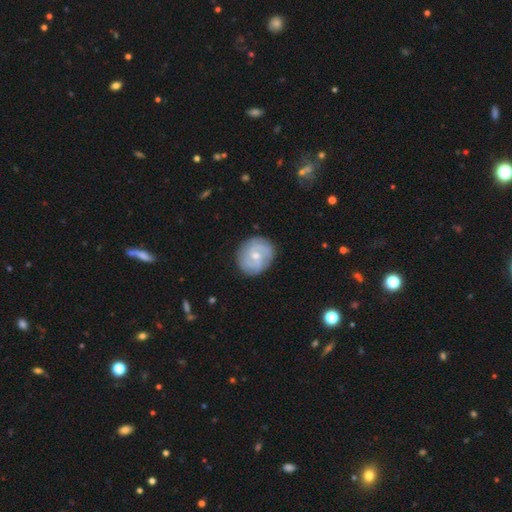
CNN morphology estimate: Q: Smooth or featured?
A: featured or disk (77%); runner-up: smooth (18%)
Q: Edge-on disk?
A: no (98%); runner-up: yes (2%)
Q: Bar?
A: no (53%); runner-up: weak (41%)
Q: Spiral arms?
A: yes (93%); runner-up: no (7%)
Q: Spiral winding?
A: tight (61%); runner-up: medium (31%)
Q: Spiral arm count?
A: 2 (41%); runner-up: can't tell (24%)
Q: Bulge size?
A: small (50%); runner-up: moderate (47%)
Q: Merging?
A: none (84%); runner-up: minor disturbance (12%)